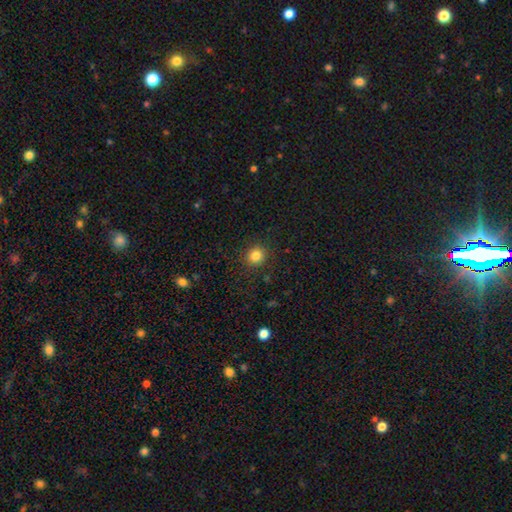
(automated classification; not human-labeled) smooth-or-featured: smooth: 83% | star or artifact: 12% | featured or disk: 5%
  how-rounded: round: 89% | in between: 10% | cigar-shaped: 1%
  merging: none: 90% | minor disturbance: 7% | major disturbance: 2% | merger: 1%